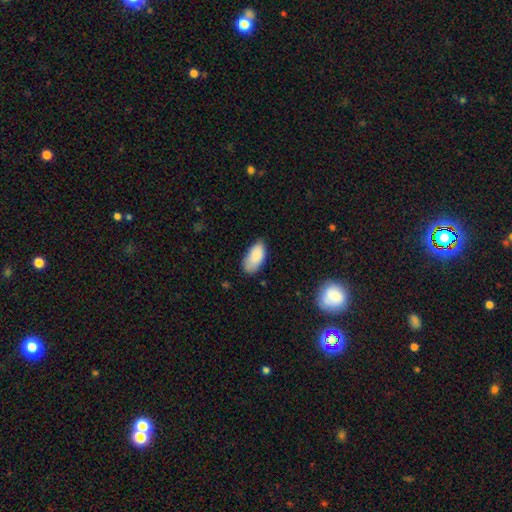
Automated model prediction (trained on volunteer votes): Smooth or featured?
  - smooth: 87% *
  - star or artifact: 7%
  - featured or disk: 6%
How rounded?
  - in between: 94% *
  - cigar-shaped: 3%
  - round: 2%
Merging?
  - none: 69% *
  - minor disturbance: 25%
  - major disturbance: 5%
  - merger: 2%